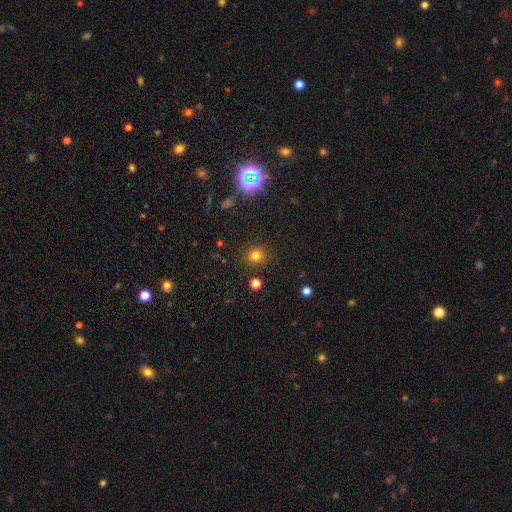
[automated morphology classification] Smooth or featured? smooth (75%)
How rounded? round (82%)
Merging? none (88%)